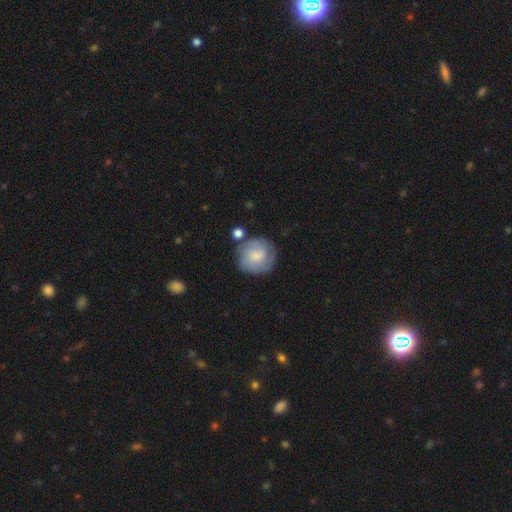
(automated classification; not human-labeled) A smooth galaxy with no disk features (54%) that is round (88%). Merging: none (70%).